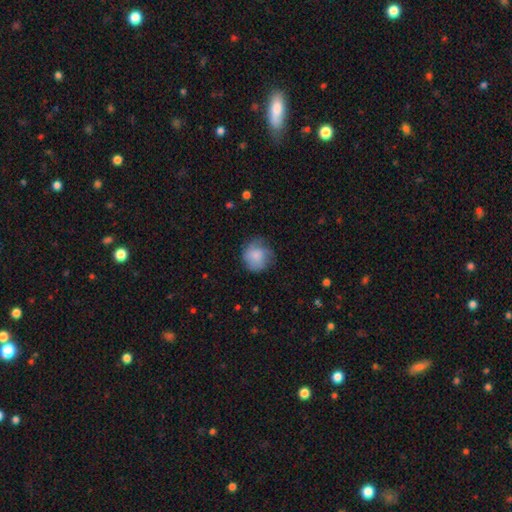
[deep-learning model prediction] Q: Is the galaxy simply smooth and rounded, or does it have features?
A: smooth — 77%.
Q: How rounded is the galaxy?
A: round — 87%.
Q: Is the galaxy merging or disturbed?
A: none — 61%.